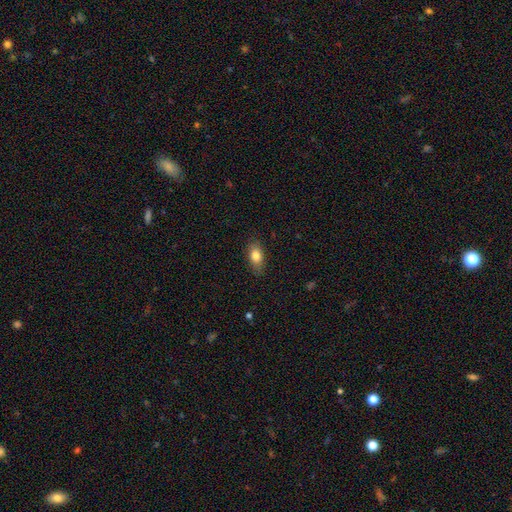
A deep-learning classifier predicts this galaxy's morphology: smooth-or-featured: smooth: 80% | featured or disk: 12% | star or artifact: 8%
  how-rounded: in between: 84% | round: 9% | cigar-shaped: 7%
  merging: none: 82% | minor disturbance: 14% | major disturbance: 3% | merger: 1%